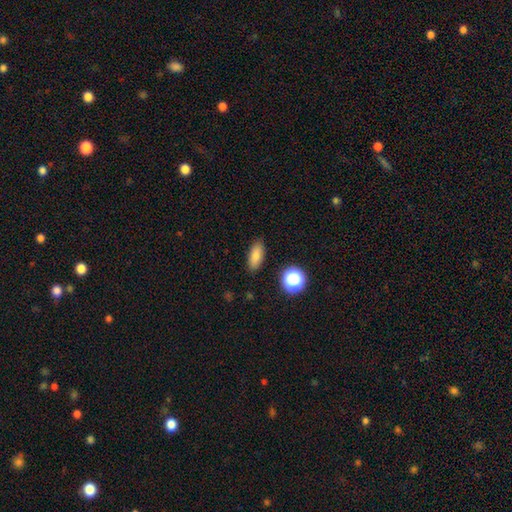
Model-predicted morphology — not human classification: Smooth or featured? Predicted: smooth (p=0.81). How rounded? Predicted: in between (p=0.77). Merging? Predicted: none (p=0.87).